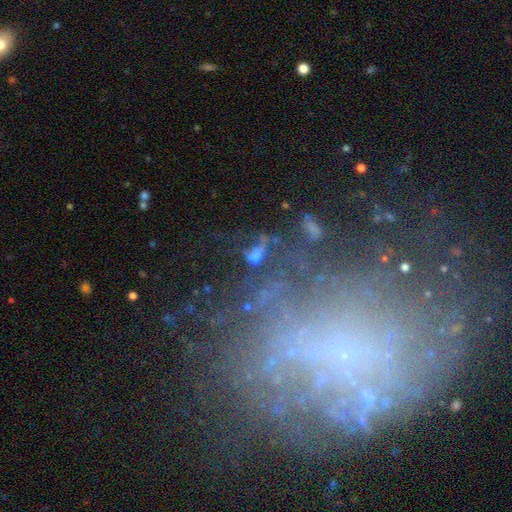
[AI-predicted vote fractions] smooth_or_featured: featured or disk (p=0.44) [alt: smooth p=0.31]
merging: none (p=0.39) [alt: major disturbance p=0.27]